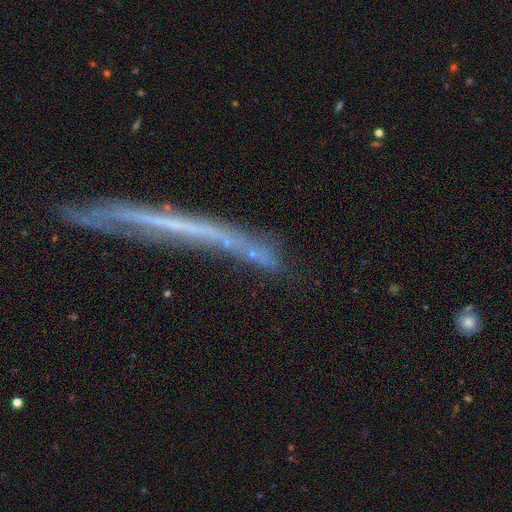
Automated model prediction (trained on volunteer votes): Overall: featured or disk (40%; smooth 36%). Merging: none (62%).